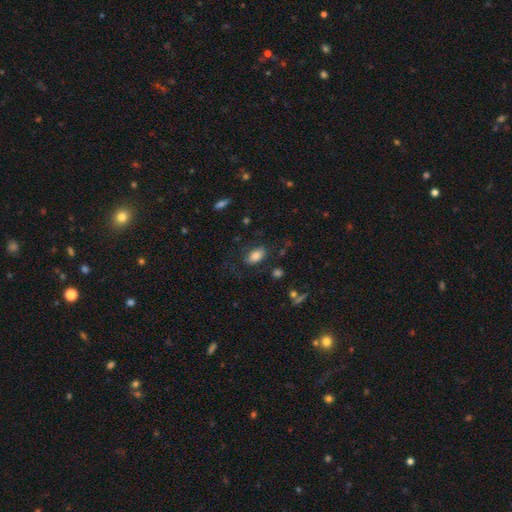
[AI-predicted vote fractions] Smooth or featured? Predicted: smooth (p=0.83). How rounded? Predicted: in between (p=0.92). Merging? Predicted: none (p=0.77).